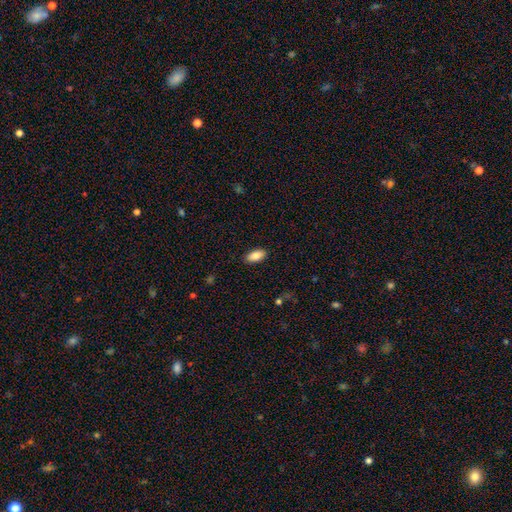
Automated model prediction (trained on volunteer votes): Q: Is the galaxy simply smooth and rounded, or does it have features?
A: smooth — 87%.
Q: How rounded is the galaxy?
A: in between — 91%.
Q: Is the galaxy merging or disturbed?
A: none — 88%.